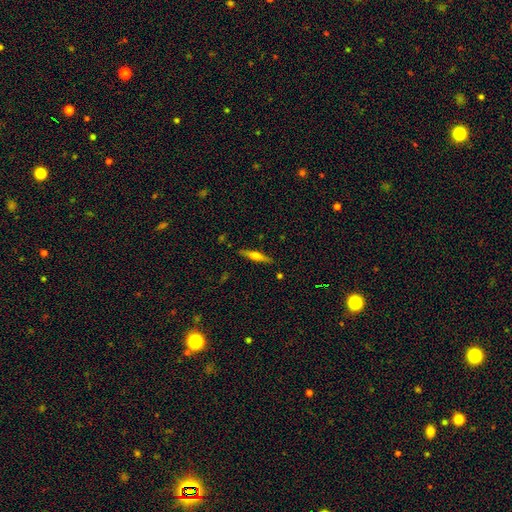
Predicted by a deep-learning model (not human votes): Smooth or featured: featured or disk — 55% (smooth — 38%)
Edge-on disk: yes — 96% (no — 4%)
Edge-on bulge: rounded — 85% (boxy — 8%)
Merging: none — 88% (minor disturbance — 8%)